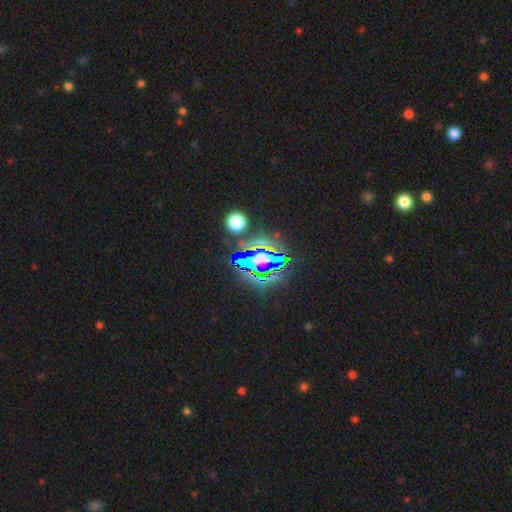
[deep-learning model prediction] Smooth or featured? star or artifact (70%)